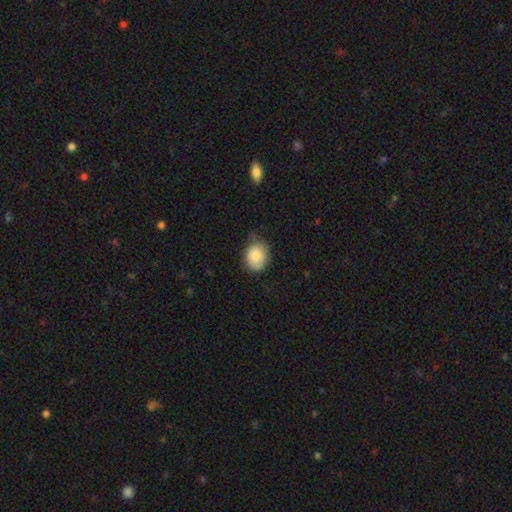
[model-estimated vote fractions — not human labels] Smooth or featured?
  - smooth: 85% *
  - star or artifact: 7%
  - featured or disk: 7%
How rounded?
  - in between: 50% *
  - round: 49%
  - cigar-shaped: 1%
Merging?
  - none: 57% *
  - minor disturbance: 35%
  - major disturbance: 7%
  - merger: 2%